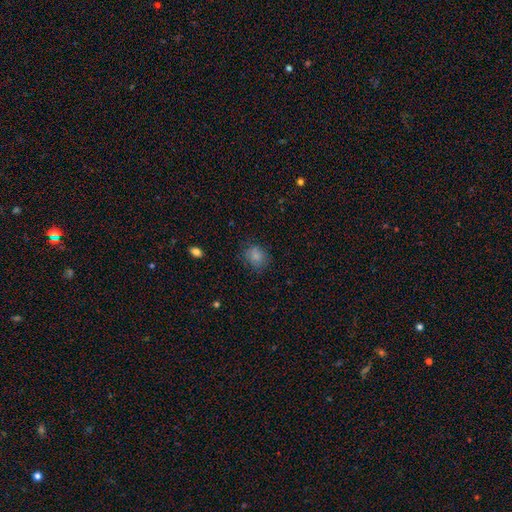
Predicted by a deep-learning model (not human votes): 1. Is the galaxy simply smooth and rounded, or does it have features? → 82% smooth, 11% star or artifact, 8% featured or disk.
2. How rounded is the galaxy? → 60% round, 39% in between, 1% cigar-shaped.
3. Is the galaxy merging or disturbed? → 73% none, 19% minor disturbance, 6% major disturbance, 2% merger.